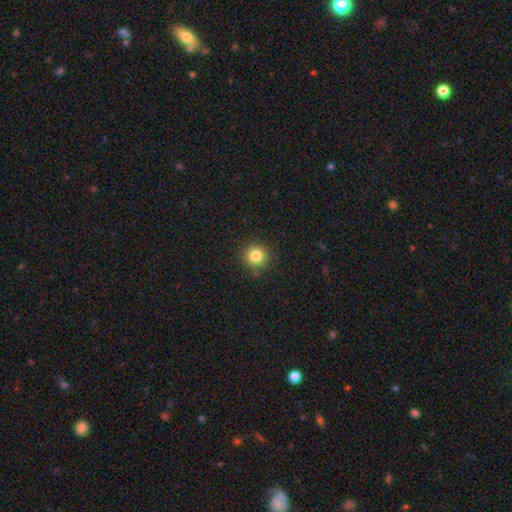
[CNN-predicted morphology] Smooth or featured? smooth (83%)
How rounded? round (93%)
Merging? none (89%)